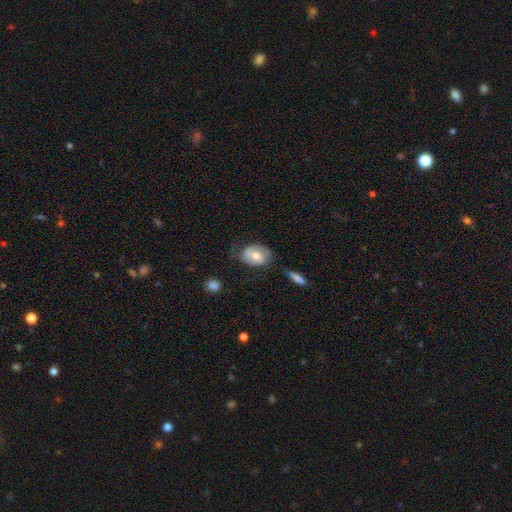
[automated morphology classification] A smooth galaxy with no disk features (55%) that is in between round and cigar-shaped (69%). Merging: none (58%).